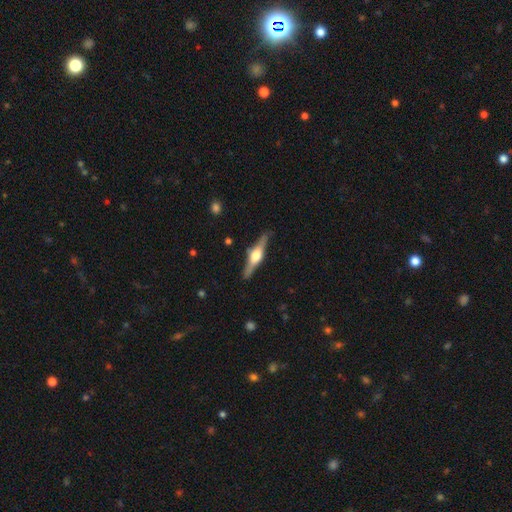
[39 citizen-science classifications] Smooth or featured? featured or disk (69%)
Edge-on disk? yes (93%)
Edge-on bulge? rounded (84%)
Merging? none (82%)